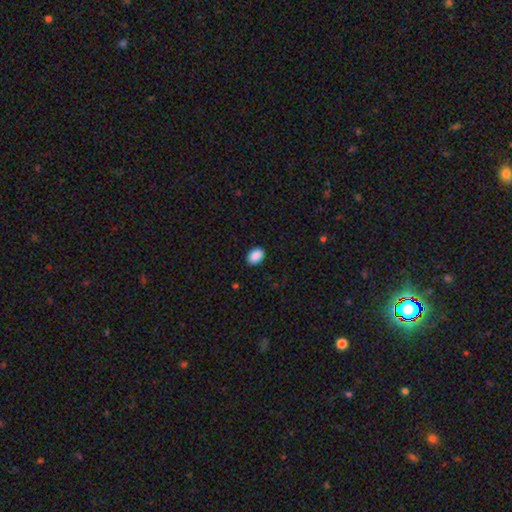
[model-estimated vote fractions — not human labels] smooth_or_featured: smooth (p=0.90) [alt: star or artifact p=0.07]
how_rounded: in between (p=0.85) [alt: round p=0.14]
merging: none (p=0.89) [alt: minor disturbance p=0.08]